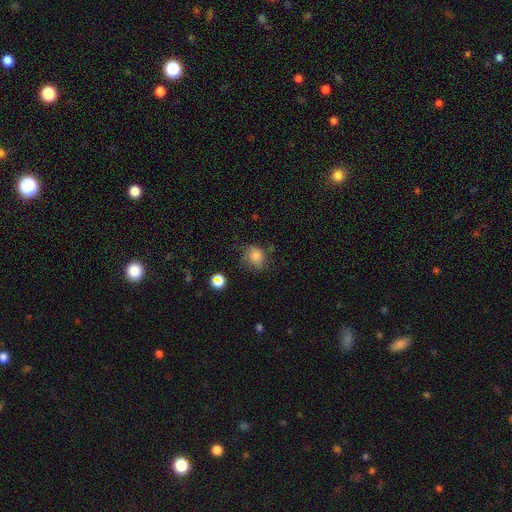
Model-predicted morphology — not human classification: type=smooth (80%); roundness=round (66%); merging=none (62%).